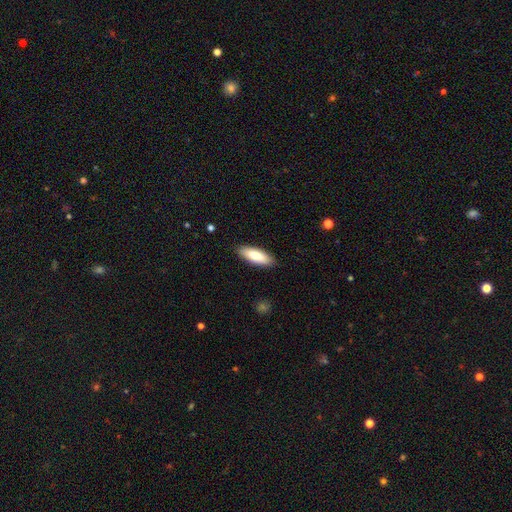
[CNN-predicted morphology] This is clearly a smooth galaxy (82%). How rounded: likely in between (62%). Merging: clearly none (89%).